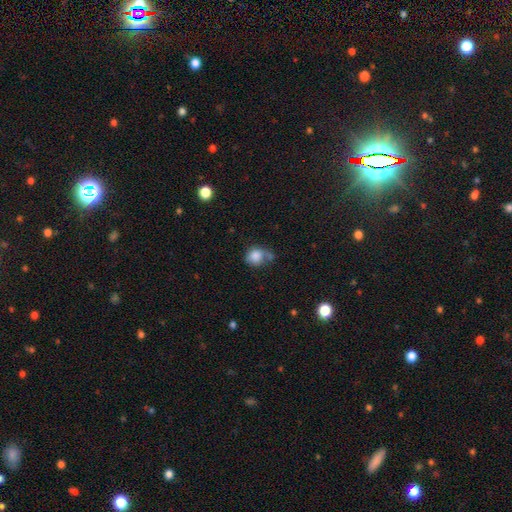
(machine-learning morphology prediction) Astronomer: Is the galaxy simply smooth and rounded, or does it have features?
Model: smooth — 82%.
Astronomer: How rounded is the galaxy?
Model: round — 68%.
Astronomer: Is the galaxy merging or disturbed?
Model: none — 40% (runner-up: minor disturbance, 25%).